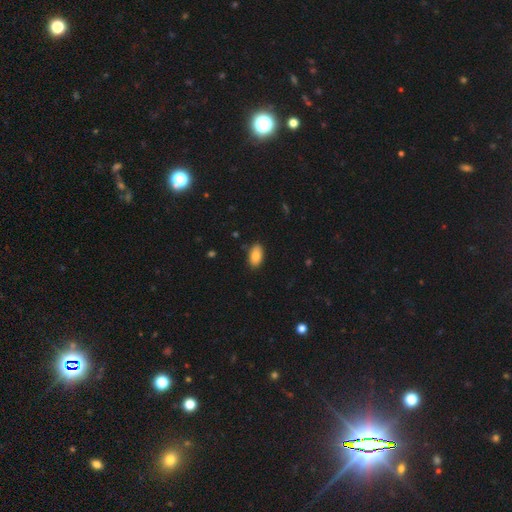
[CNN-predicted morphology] Q: Smooth or featured?
A: smooth (85%); runner-up: featured or disk (8%)
Q: How rounded?
A: in between (94%); runner-up: round (4%)
Q: Merging?
A: none (86%); runner-up: minor disturbance (11%)